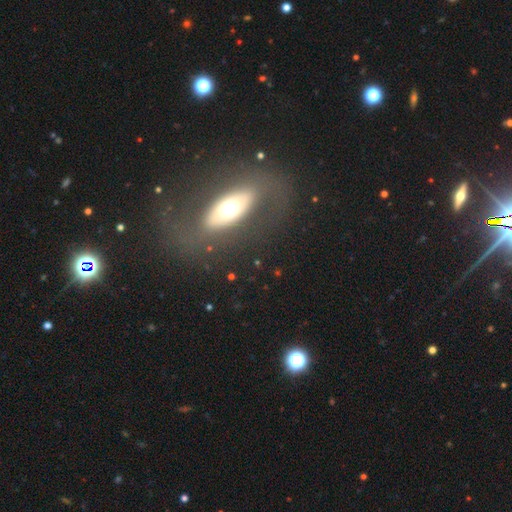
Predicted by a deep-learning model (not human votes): Smooth or featured?
  - featured or disk: 60% *
  - smooth: 29%
  - star or artifact: 11%
Edge-on disk?
  - no: 73% *
  - yes: 27%
Merging?
  - none: 75% *
  - minor disturbance: 13%
  - major disturbance: 10%
  - merger: 2%